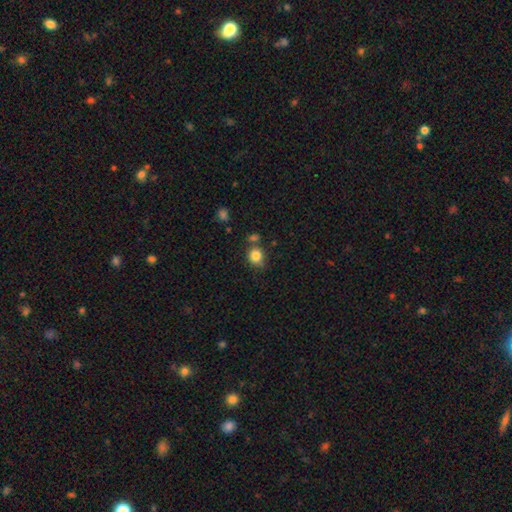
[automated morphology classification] Q: Smooth or featured?
A: smooth (83%); runner-up: star or artifact (11%)
Q: How rounded?
A: round (78%); runner-up: in between (21%)
Q: Merging?
A: none (66%); runner-up: minor disturbance (17%)